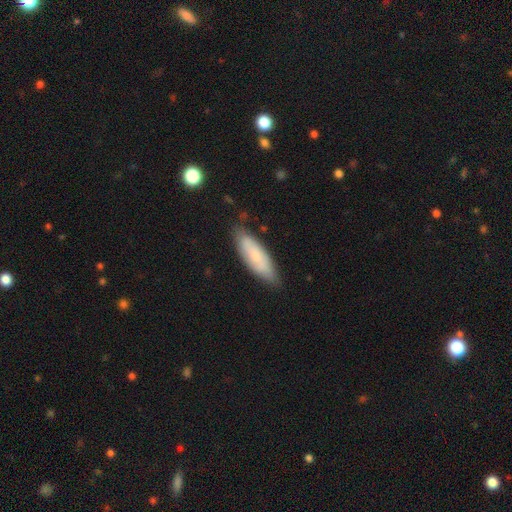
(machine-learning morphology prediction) Q: Smooth or featured?
A: smooth (70%); runner-up: featured or disk (24%)
Q: How rounded?
A: in between (55%); runner-up: cigar-shaped (44%)
Q: Merging?
A: none (75%); runner-up: minor disturbance (20%)